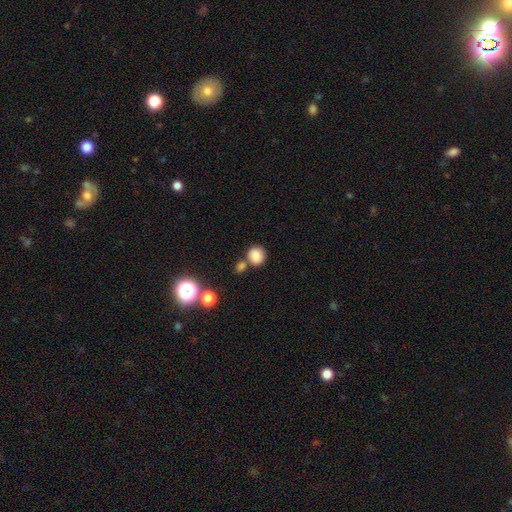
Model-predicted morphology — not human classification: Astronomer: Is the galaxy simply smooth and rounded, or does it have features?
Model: smooth — 84%.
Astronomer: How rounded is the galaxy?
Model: round — 84%.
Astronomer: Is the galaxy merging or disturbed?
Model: none — 64%.